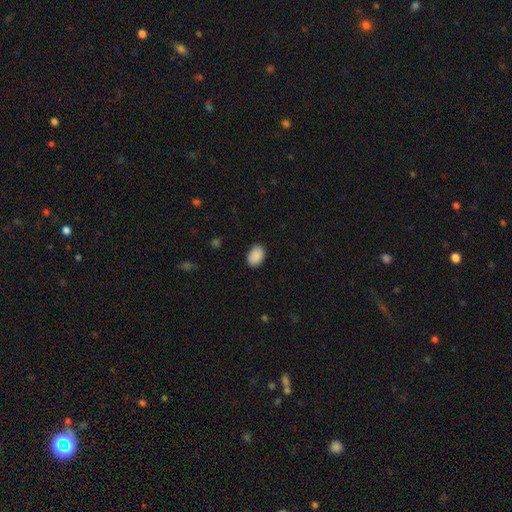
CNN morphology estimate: This appears to be a smooth galaxy with no disk features (90%) that is in between round and cigar-shaped (87%). Merging: none (87%).